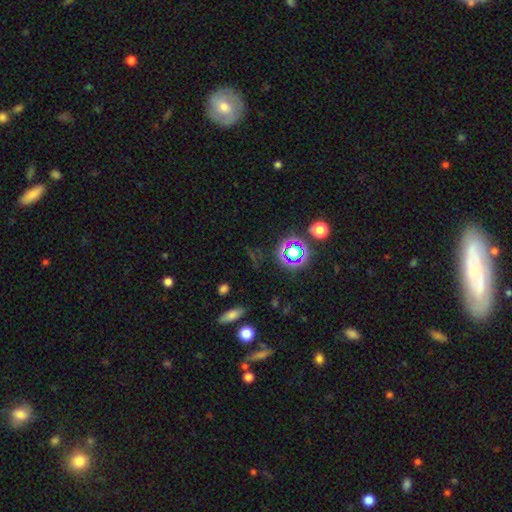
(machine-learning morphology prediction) smooth-or-featured: star or artifact: 64% | smooth: 23% | featured or disk: 13%